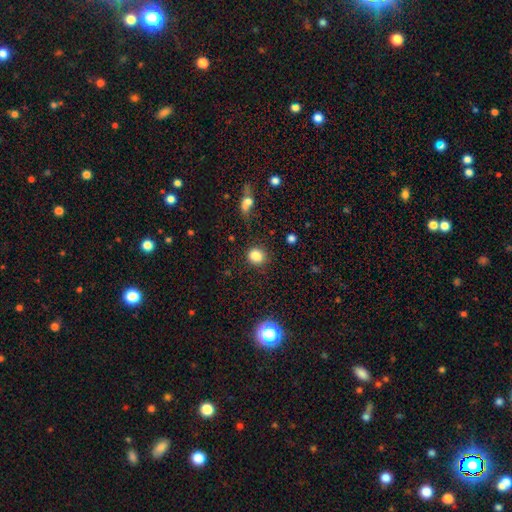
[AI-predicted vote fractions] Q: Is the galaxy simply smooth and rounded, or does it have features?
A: smooth — 83%.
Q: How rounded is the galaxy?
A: round — 69%.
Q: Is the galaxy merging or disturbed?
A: none — 79%.